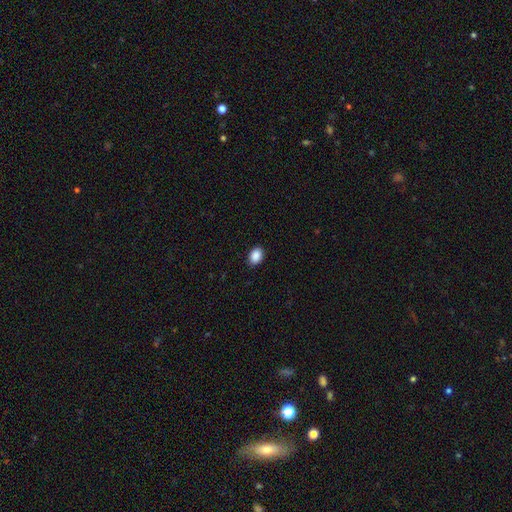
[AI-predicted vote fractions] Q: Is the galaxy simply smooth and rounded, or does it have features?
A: smooth — 90%.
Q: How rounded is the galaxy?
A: in between — 80%.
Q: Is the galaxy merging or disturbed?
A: none — 90%.